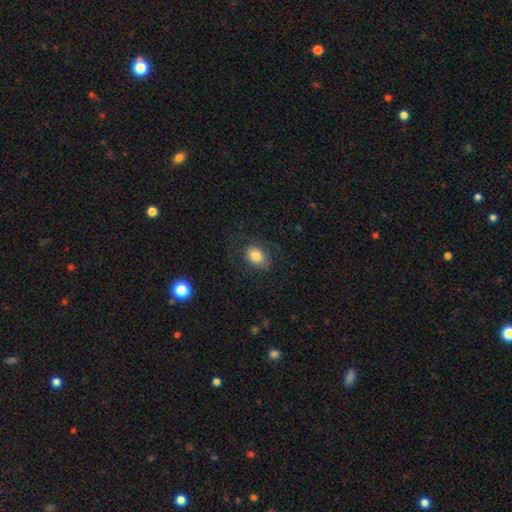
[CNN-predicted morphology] Smooth or featured? Predicted: smooth (p=0.79). How rounded? Predicted: in between (p=0.69). Merging? Predicted: none (p=0.69).